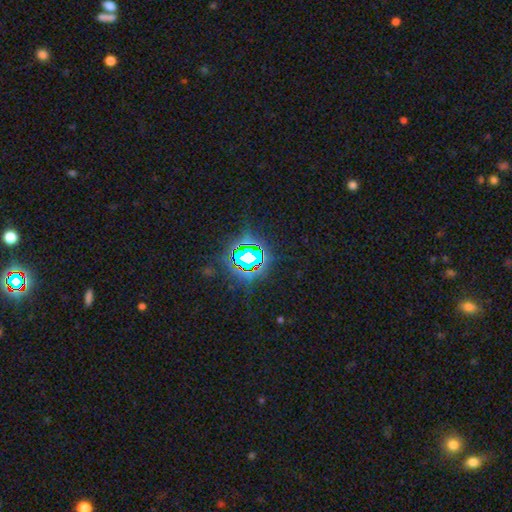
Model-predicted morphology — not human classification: Overall: star or artifact (81%).